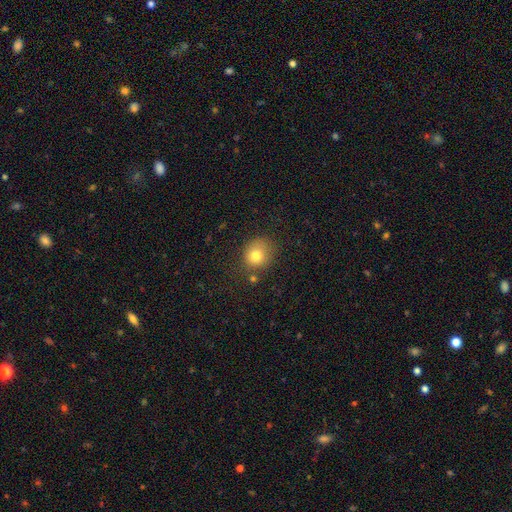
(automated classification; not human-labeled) Smooth or featured? Predicted: smooth (p=0.77). How rounded? Predicted: round (p=0.79). Merging? Predicted: none (p=0.68).